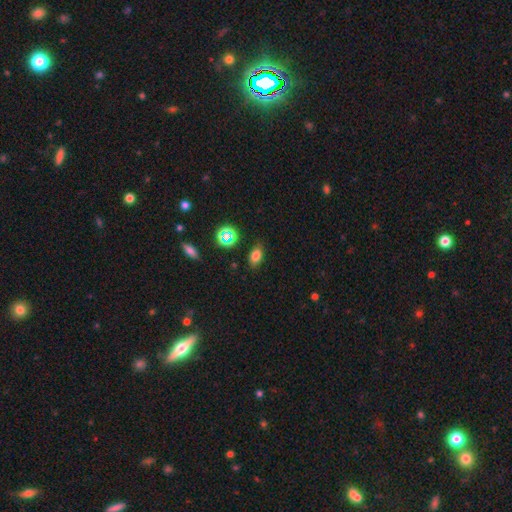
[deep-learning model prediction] A smooth galaxy with no disk features (77%) that is in between round and cigar-shaped (83%).

Vote fractions:
- Smooth or featured? smooth: 77% / star or artifact: 15% / featured or disk: 8%
- How rounded? in between: 83% / round: 13% / cigar-shaped: 4%
- Merging? none: 83% / minor disturbance: 12% / major disturbance: 3% / merger: 2%